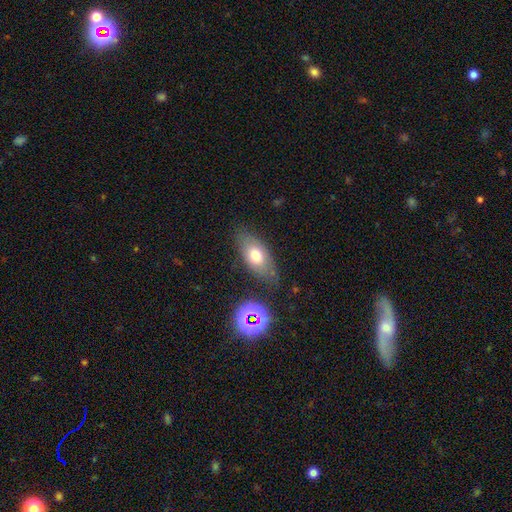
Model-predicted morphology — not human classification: smooth_or_featured: smooth (p=0.69) [alt: featured or disk p=0.21]
how_rounded: in between (p=0.85) [alt: cigar-shaped p=0.07]
merging: none (p=0.74) [alt: minor disturbance p=0.17]